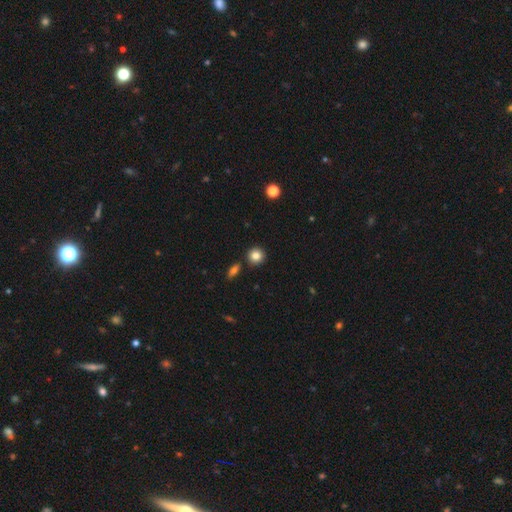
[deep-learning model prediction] A smooth galaxy with no disk features (83%) that is round (90%). Merging: none (86%).